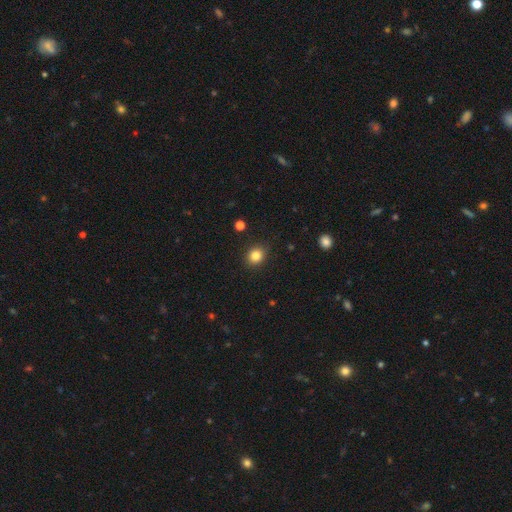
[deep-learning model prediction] A smooth galaxy with no disk features (84%) that is round (73%).

Vote fractions:
- Smooth or featured? smooth: 84% / star or artifact: 11% / featured or disk: 5%
- How rounded? round: 73% / in between: 27% / cigar-shaped: 1%
- Merging? none: 88% / minor disturbance: 9% / major disturbance: 2% / merger: 1%